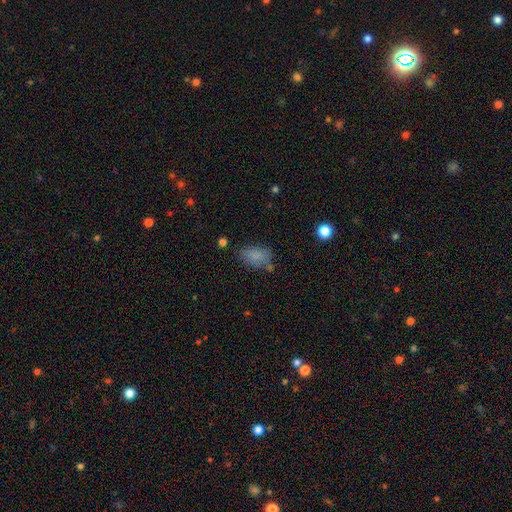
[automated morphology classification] This appears to be a smooth galaxy with no disk features (82%) that is in between round and cigar-shaped (90%). Merging: none (67%).